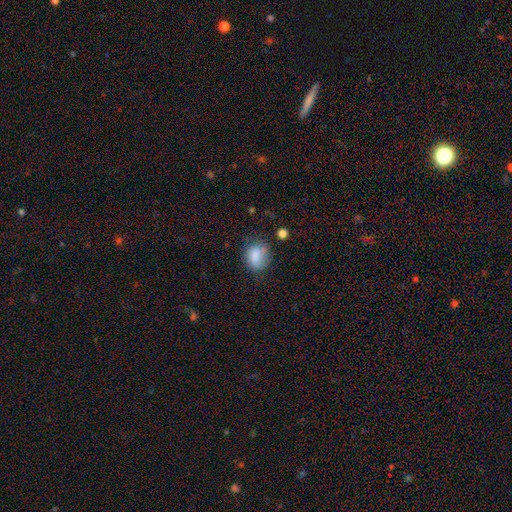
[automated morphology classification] Overall: smooth (78%). How rounded: in between (54%; round 45%). Merging: none (52%; minor disturbance 30%).